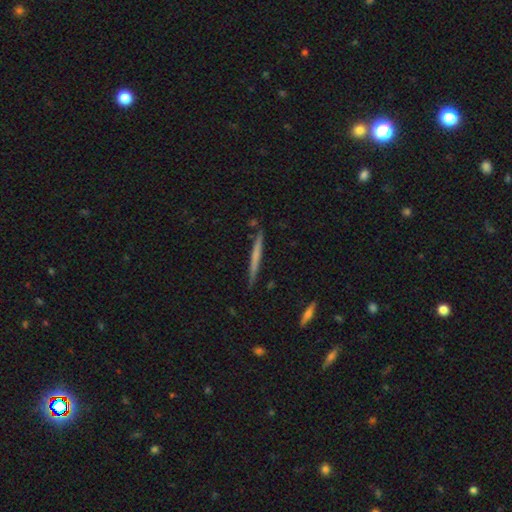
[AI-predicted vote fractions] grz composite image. It shows a smooth galaxy with no disk features (50%) that is cigar-shaped (97%). Merging: none (88%).